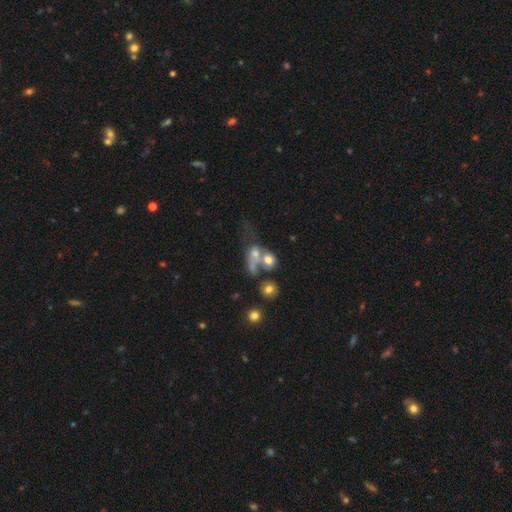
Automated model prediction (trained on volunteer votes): Smooth or featured?
  - smooth: 58% *
  - featured or disk: 27%
  - star or artifact: 15%
How rounded?
  - round: 52% *
  - in between: 45%
  - cigar-shaped: 3%
Merging?
  - merger: 57% *
  - none: 18%
  - major disturbance: 16%
  - minor disturbance: 9%